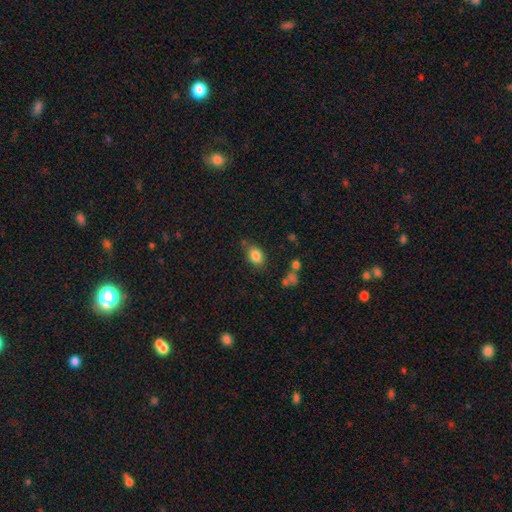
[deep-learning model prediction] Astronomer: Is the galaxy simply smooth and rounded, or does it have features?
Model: smooth — 84%.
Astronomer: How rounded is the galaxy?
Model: in between — 69%.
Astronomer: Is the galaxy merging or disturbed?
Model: none — 74%.